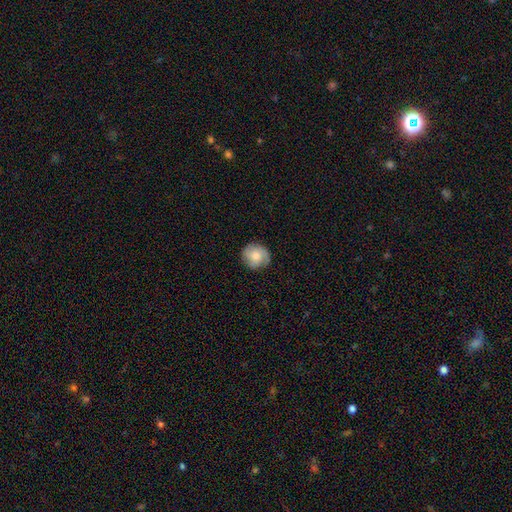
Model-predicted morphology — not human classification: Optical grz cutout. It shows a smooth galaxy with no disk features (63%) that is round (87%). Merging: none (79%).